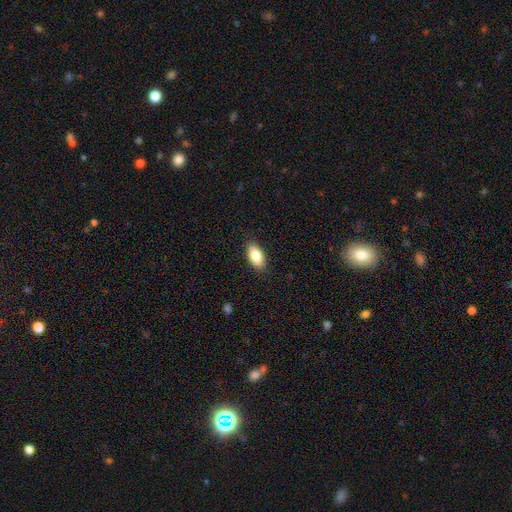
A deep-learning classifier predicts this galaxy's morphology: This is clearly a smooth galaxy (83%). How rounded: clearly in between (91%). Merging: clearly none (88%).